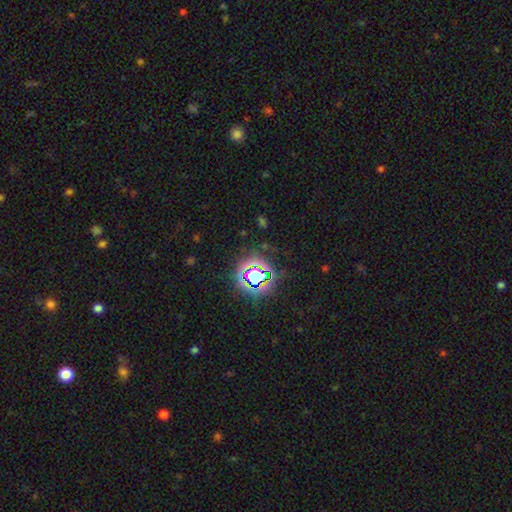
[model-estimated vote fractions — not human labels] Smooth or featured?
  - star or artifact: 78% *
  - smooth: 14%
  - featured or disk: 8%